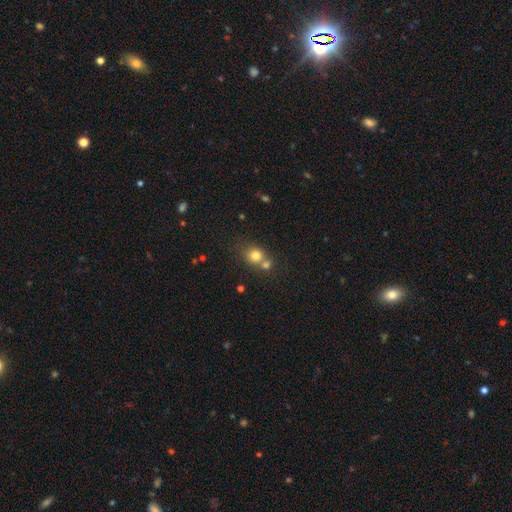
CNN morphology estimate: Smooth or featured?
  - smooth: 77% *
  - star or artifact: 13%
  - featured or disk: 10%
How rounded?
  - round: 77% *
  - in between: 22%
  - cigar-shaped: 1%
Merging?
  - none: 47% *
  - merger: 41%
  - minor disturbance: 9%
  - major disturbance: 3%